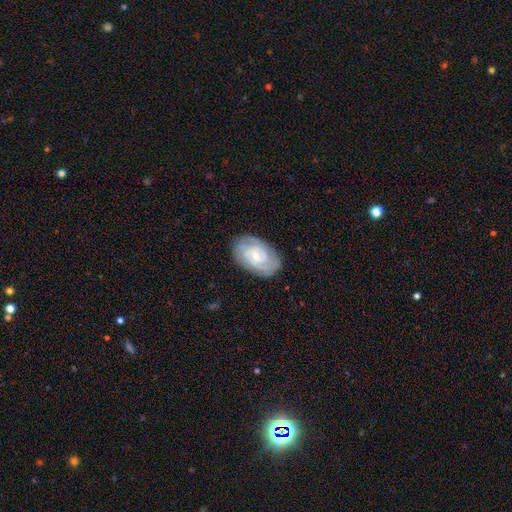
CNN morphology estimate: featured or disk 80%, smooth 14%, star or artifact 6%. Down the decision tree: edge-on disk — no (96%); bar — no (61%); spiral arms — yes (94%); spiral arm count — 2 (43%); spiral winding — tight (68%); bulge size — small (67%); merging — none (81%).